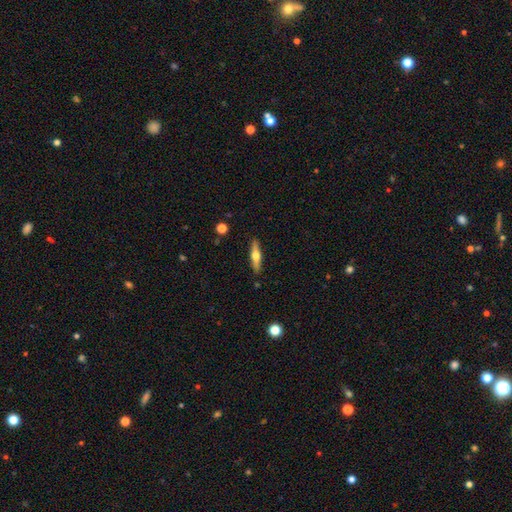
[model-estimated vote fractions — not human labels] The model was most divided on "smooth or featured": featured or disk: 51%, smooth: 44%, star or artifact: 6%. More confident: edge-on disk — yes (93%); merging — none (89%).